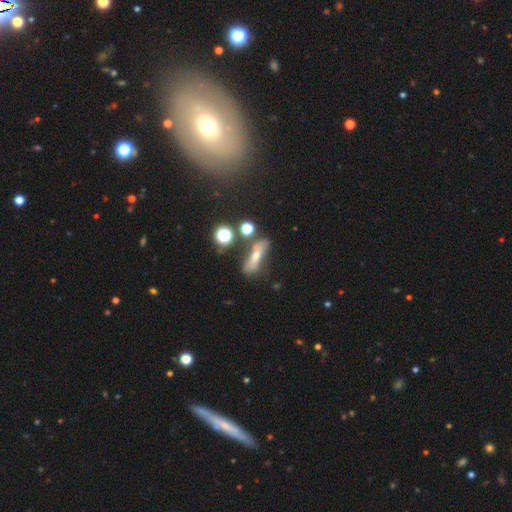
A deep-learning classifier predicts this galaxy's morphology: Overall: smooth (46%; featured or disk 36%). Merging: none (54%; minor disturbance 21%).